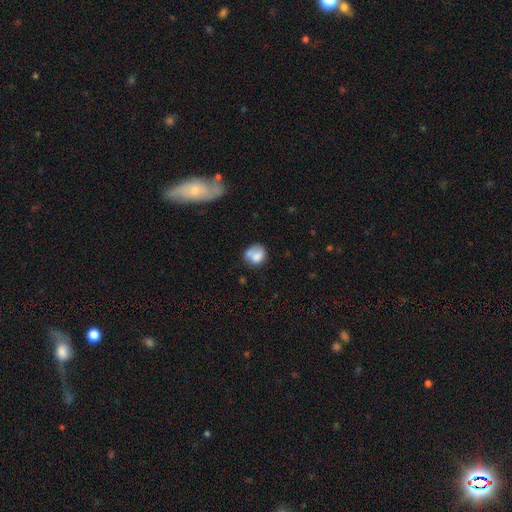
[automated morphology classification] smooth 73%, featured or disk 18%, star or artifact 9%. Down the decision tree: how rounded — round (68%); merging — none (40%).